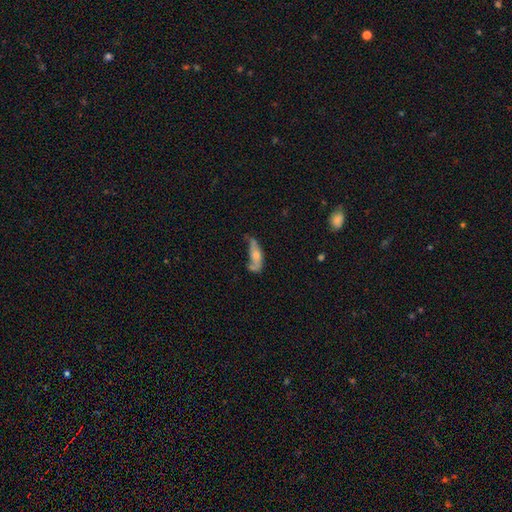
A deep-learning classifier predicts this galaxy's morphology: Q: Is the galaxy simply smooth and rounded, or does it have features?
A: smooth — 56%.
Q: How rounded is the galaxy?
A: in between — 60%.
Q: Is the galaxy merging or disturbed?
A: none — 31%.